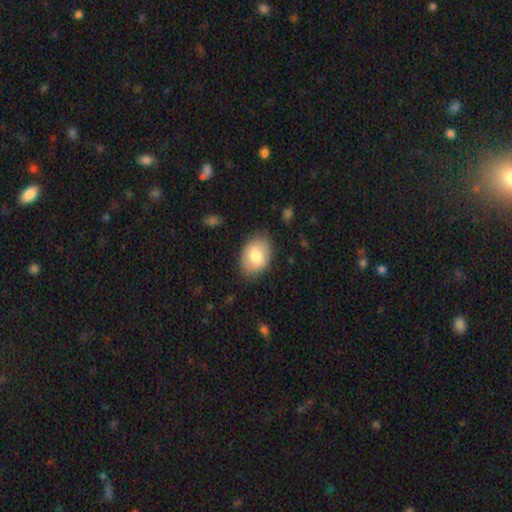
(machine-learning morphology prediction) A smooth galaxy with no disk features (79%) that is in between round and cigar-shaped (77%). Merging: none (81%).